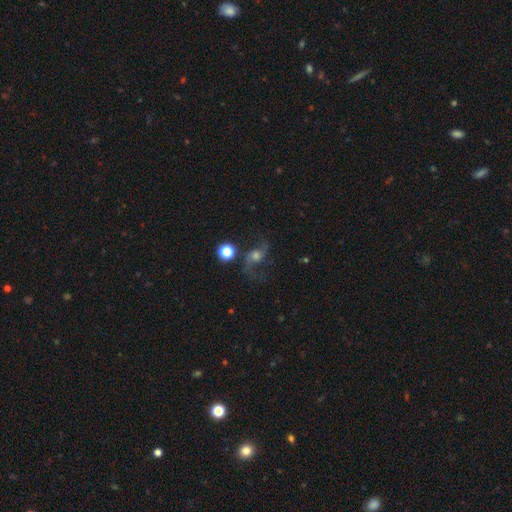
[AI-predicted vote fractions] Smooth or featured? featured or disk (73%)
Edge-on disk? no (96%)
Bar? no (65%)
Spiral arms? yes (94%)
Spiral winding? loose (80%)
Spiral arm count? 2 (92%)
Bulge size? moderate (53%)
Merging? none (70%)